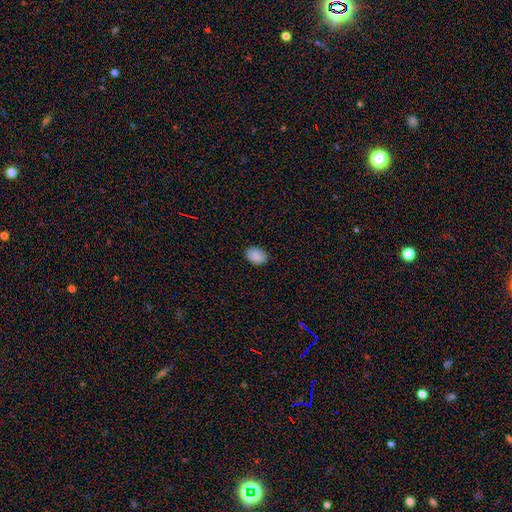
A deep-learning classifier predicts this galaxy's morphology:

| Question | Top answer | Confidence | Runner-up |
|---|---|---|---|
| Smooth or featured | smooth | 89% | star or artifact (8%) |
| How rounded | in between | 74% | round (25%) |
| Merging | none | 86% | minor disturbance (11%) |